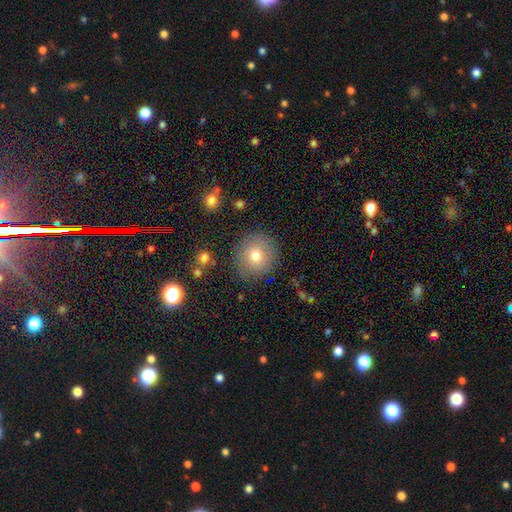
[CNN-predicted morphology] Q: Smooth or featured?
A: smooth (75%); runner-up: featured or disk (14%)
Q: How rounded?
A: round (90%); runner-up: in between (9%)
Q: Merging?
A: none (85%); runner-up: minor disturbance (9%)